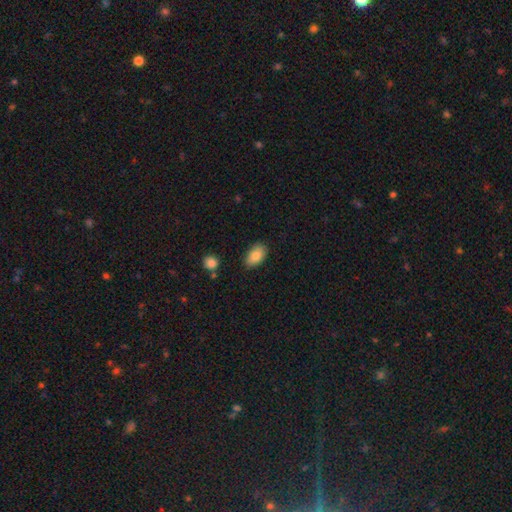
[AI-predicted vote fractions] Smooth or featured? smooth (86%)
How rounded? in between (92%)
Merging? none (83%)